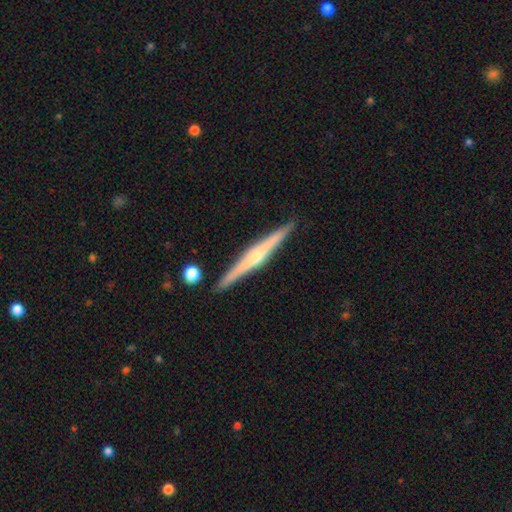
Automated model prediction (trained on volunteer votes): Overall: featured or disk (74%). Edge-on disk: yes (98%). Edge-on bulge: rounded (77%). Merging: none (90%).